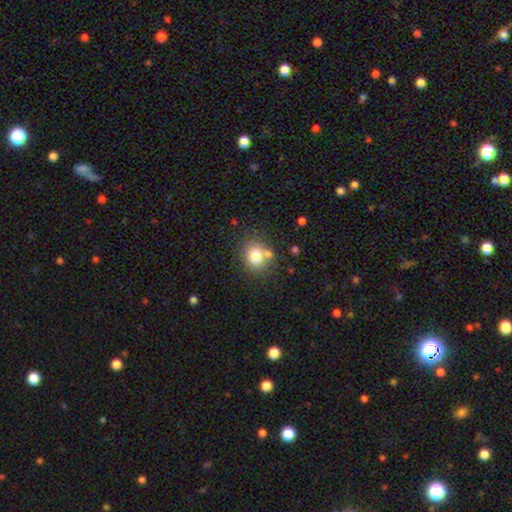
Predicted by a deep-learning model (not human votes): smooth_or_featured: smooth (p=0.77) [alt: featured or disk p=0.12]
how_rounded: round (p=0.67) [alt: in between p=0.32]
merging: none (p=0.62) [alt: merger p=0.20]